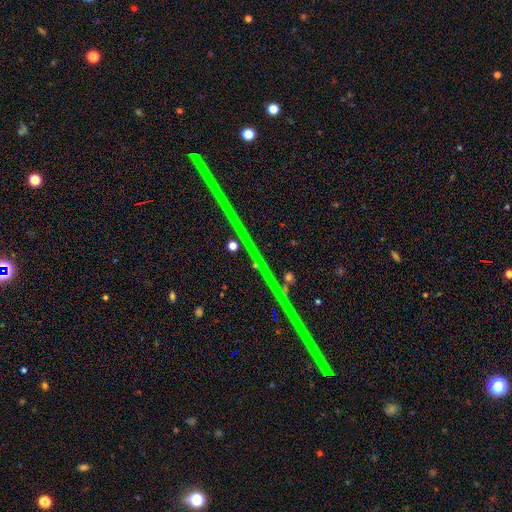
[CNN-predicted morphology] type=star or artifact (86%).